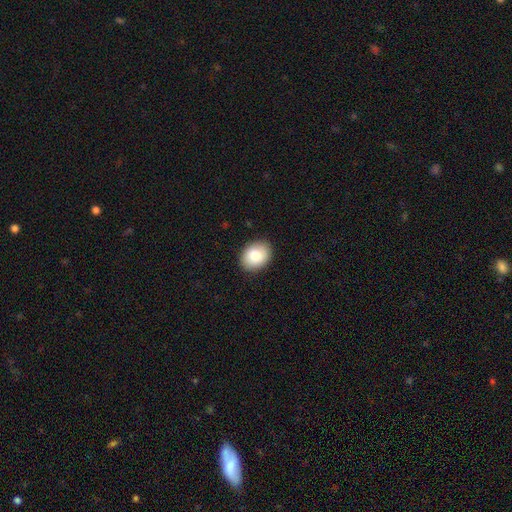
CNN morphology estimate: Smooth or featured? Predicted: smooth (p=0.86). How rounded? Predicted: in between (p=0.63). Merging? Predicted: none (p=0.89).